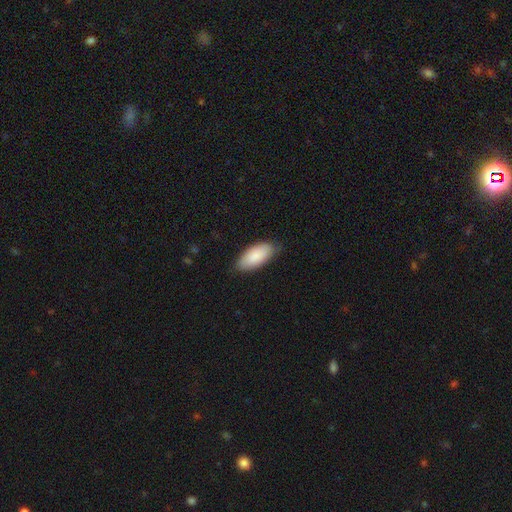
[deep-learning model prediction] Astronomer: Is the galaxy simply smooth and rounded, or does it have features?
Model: smooth — 87%.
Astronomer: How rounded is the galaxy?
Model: in between — 89%.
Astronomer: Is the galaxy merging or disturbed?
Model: none — 79%.